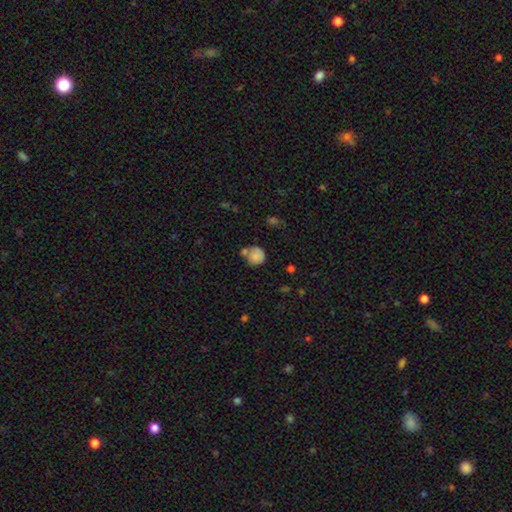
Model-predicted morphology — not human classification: The model was most divided on "merging": none: 47%, merger: 27%, minor disturbance: 19%, major disturbance: 7%. More confident: how rounded — round (83%); smooth or featured — smooth (81%).